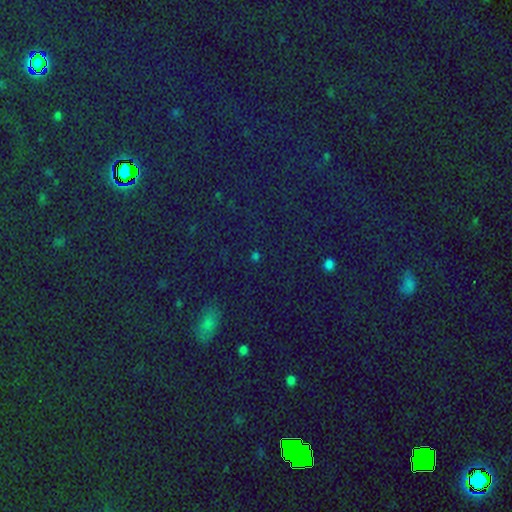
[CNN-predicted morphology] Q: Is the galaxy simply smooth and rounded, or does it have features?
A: star or artifact — 60%.